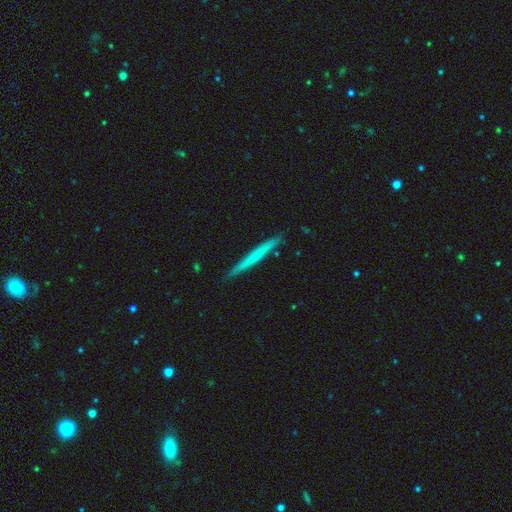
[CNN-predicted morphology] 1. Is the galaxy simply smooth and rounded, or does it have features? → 52% smooth, 42% featured or disk, 5% star or artifact.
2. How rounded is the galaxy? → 97% cigar-shaped, 2% in between, 1% round.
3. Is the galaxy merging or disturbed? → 89% none, 8% minor disturbance, 1% merger, 1% major disturbance.